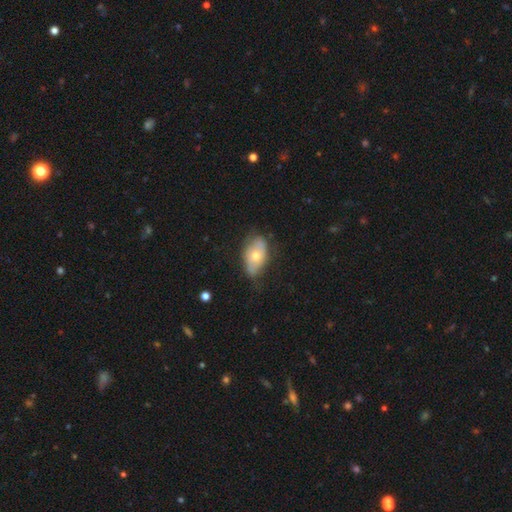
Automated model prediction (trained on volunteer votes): smooth-or-featured: smooth: 60% | featured or disk: 34% | star or artifact: 7%
  how-rounded: in between: 90% | round: 8% | cigar-shaped: 2%
  merging: none: 59% | minor disturbance: 31% | major disturbance: 9% | merger: 2%